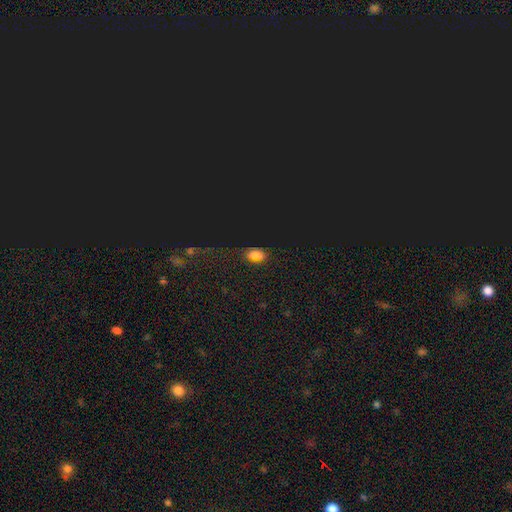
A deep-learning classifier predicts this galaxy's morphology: Smooth or featured? Predicted: smooth (p=0.57). How rounded? Predicted: in between (p=0.82). Merging? Predicted: none (p=0.70).